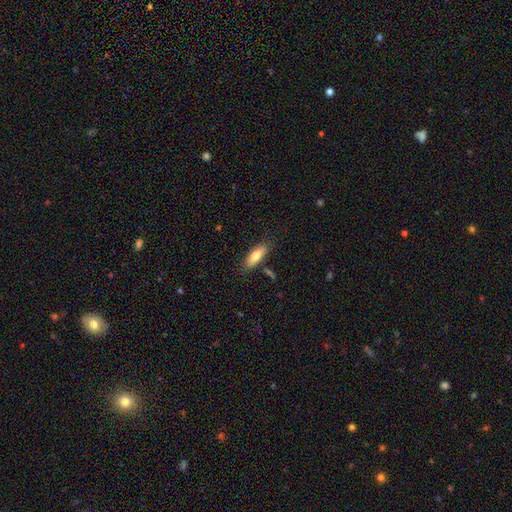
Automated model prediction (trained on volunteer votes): smooth_or_featured: smooth (p=0.76) [alt: featured or disk p=0.18]
how_rounded: in between (p=0.72) [alt: cigar-shaped p=0.26]
merging: none (p=0.81) [alt: minor disturbance p=0.12]